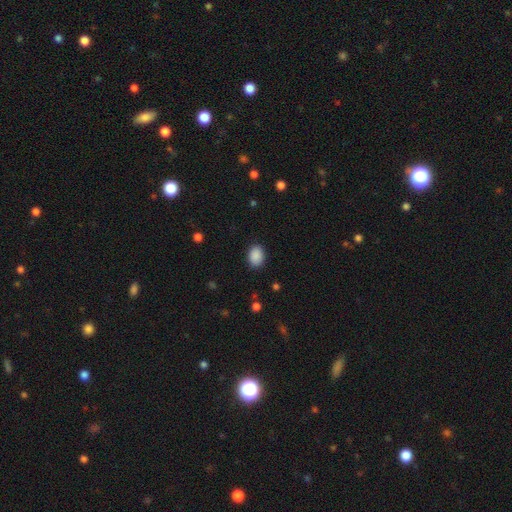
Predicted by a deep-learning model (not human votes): Smooth or featured? Predicted: smooth (p=0.89). How rounded? Predicted: in between (p=0.76). Merging? Predicted: none (p=0.87).